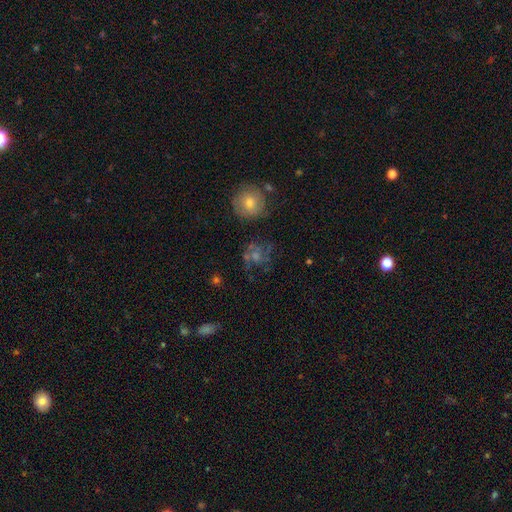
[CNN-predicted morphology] This is possibly a featured or disk galaxy (50%). Merging: likely none (64%).